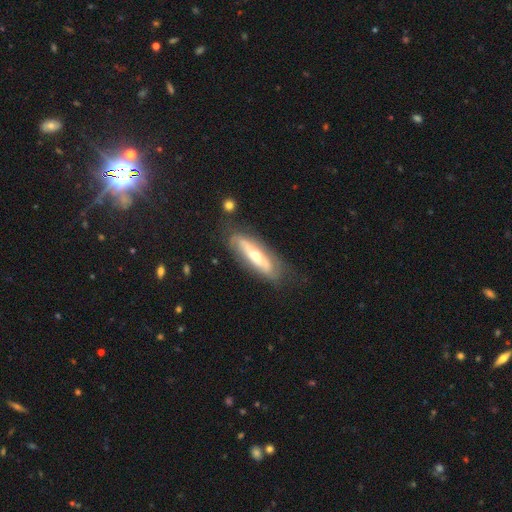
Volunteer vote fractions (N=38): featured or disk 79%, smooth 13%, star or artifact 8%. Down the decision tree: edge-on disk — no (60%); bar — no (61%); spiral arms — yes (61%); spiral arm count — can't tell (55%); spiral winding — tight (55%); bulge size — moderate (67%); merging — none (63%).